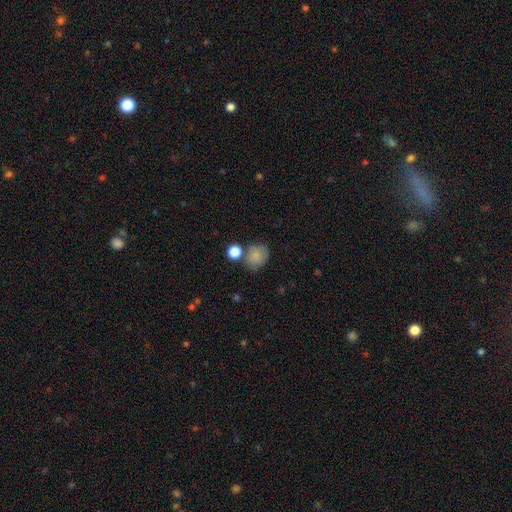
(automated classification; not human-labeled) smooth 83%, star or artifact 10%, featured or disk 7%. Down the decision tree: how rounded — round (69%); merging — none (61%).